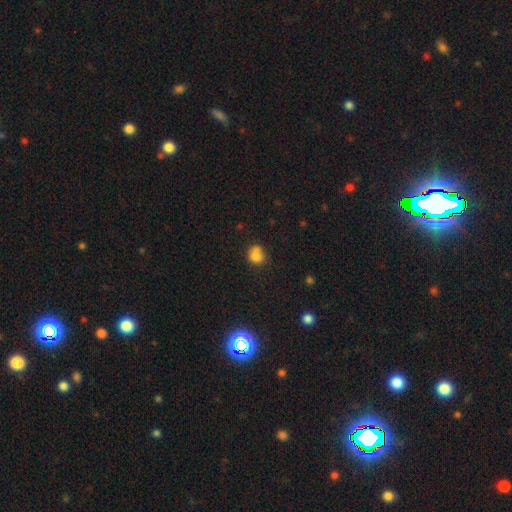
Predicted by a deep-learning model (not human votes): Morphology: type=smooth (76%); roundness=round (66%); merging=none (39%).